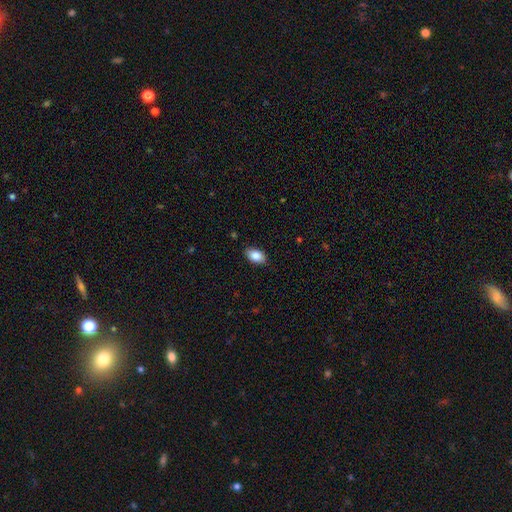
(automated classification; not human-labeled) A smooth galaxy with no disk features (88%) that is in between round and cigar-shaped (92%).

Vote fractions:
- Smooth or featured? smooth: 88% / star or artifact: 7% / featured or disk: 5%
- How rounded? in between: 92% / round: 6% / cigar-shaped: 2%
- Merging? none: 85% / minor disturbance: 11% / major disturbance: 2% / merger: 1%